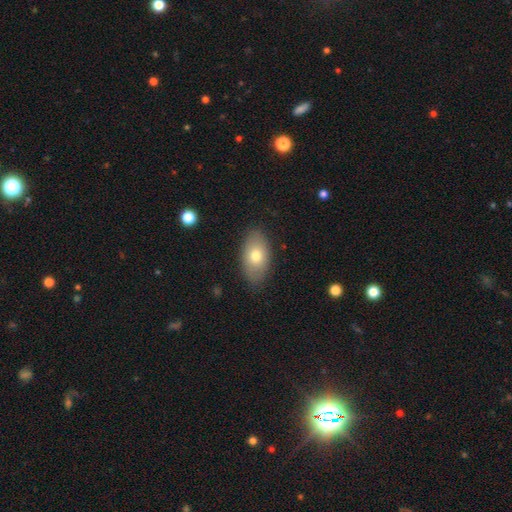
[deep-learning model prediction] The model was most divided on "smooth or featured": smooth: 72%, featured or disk: 21%, star or artifact: 7%. More confident: how rounded — in between (91%); merging — none (83%).